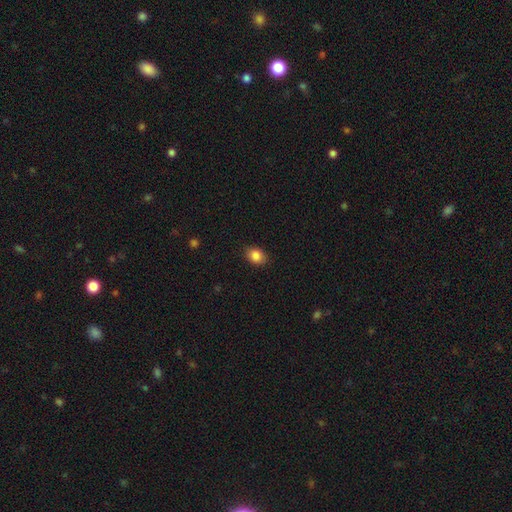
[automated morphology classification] Smooth or featured: smooth — 86% (star or artifact — 9%)
How rounded: in between — 68% (round — 31%)
Merging: none — 86% (minor disturbance — 11%)